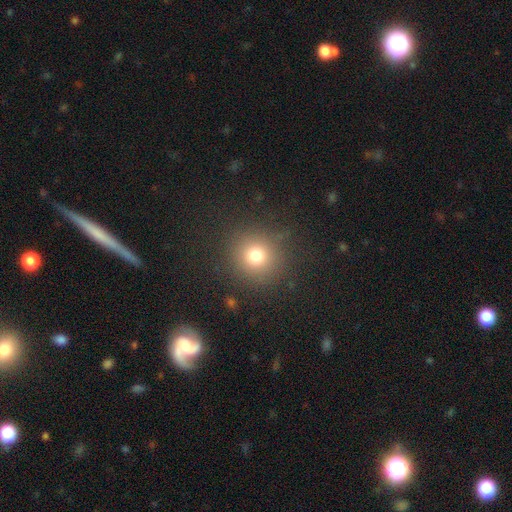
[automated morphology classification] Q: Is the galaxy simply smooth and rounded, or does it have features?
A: smooth — 75%.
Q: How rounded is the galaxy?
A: round — 93%.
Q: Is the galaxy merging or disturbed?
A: none — 87%.